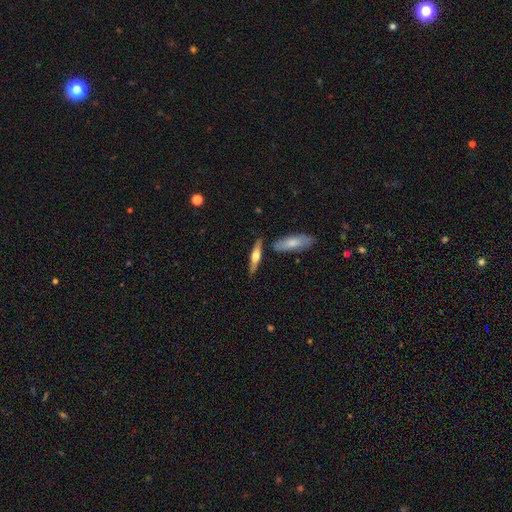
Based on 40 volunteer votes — Overall: featured or disk (55%; smooth 40%). Edge-on disk: yes (91%). Edge-on bulge: rounded (80%). Merging: none (89%).